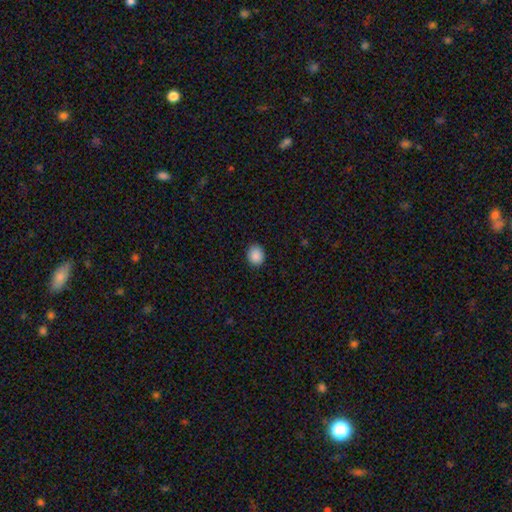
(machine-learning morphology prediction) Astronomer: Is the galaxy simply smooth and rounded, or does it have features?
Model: smooth — 89%.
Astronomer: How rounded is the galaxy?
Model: round — 64%.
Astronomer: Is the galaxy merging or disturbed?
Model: none — 89%.